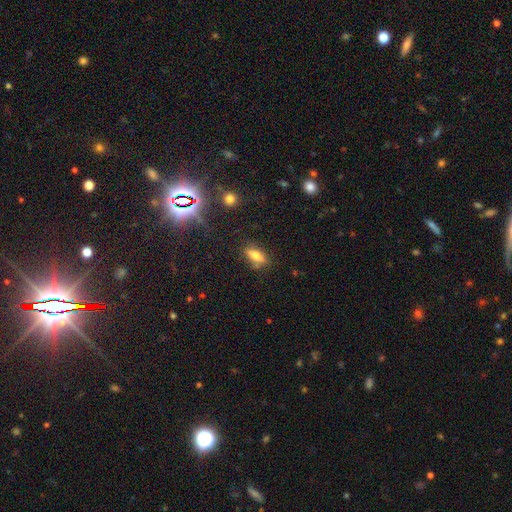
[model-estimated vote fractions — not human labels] Smooth or featured? smooth (66%)
How rounded? in between (58%)
Merging? none (78%)